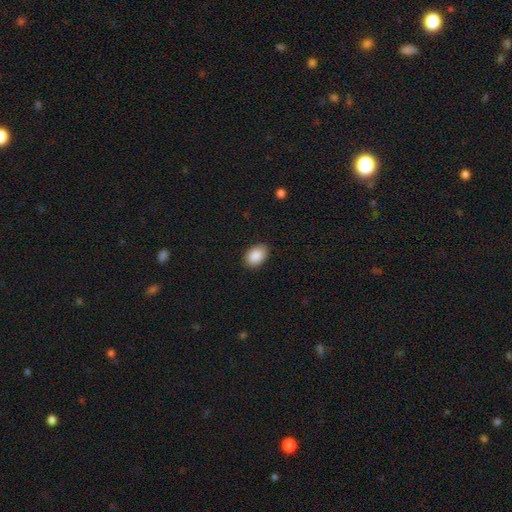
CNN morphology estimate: Smooth or featured: smooth — 90% (star or artifact — 7%)
How rounded: in between — 84% (round — 15%)
Merging: none — 88% (minor disturbance — 9%)